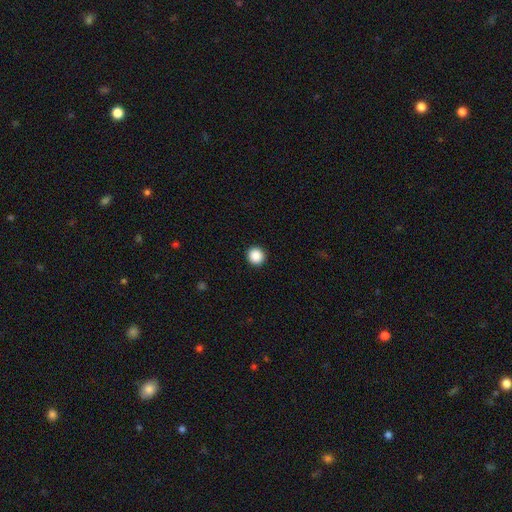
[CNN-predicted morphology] Smooth or featured? Predicted: smooth (p=0.89). How rounded? Predicted: round (p=0.95). Merging? Predicted: none (p=0.93).